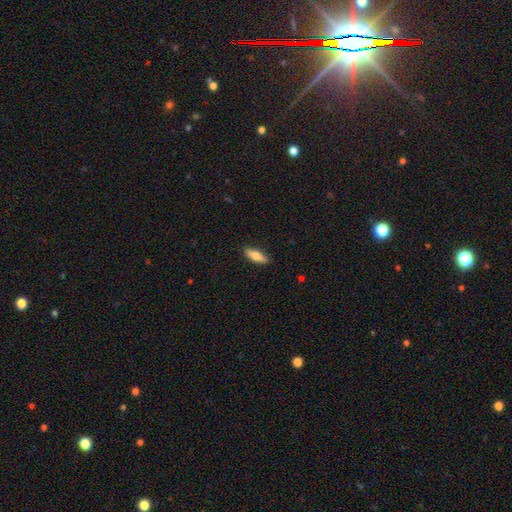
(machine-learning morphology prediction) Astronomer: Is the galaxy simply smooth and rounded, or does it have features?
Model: smooth — 73%.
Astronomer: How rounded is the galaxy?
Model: in between — 57% (runner-up: cigar-shaped, 40%).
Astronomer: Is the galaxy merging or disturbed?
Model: none — 88%.